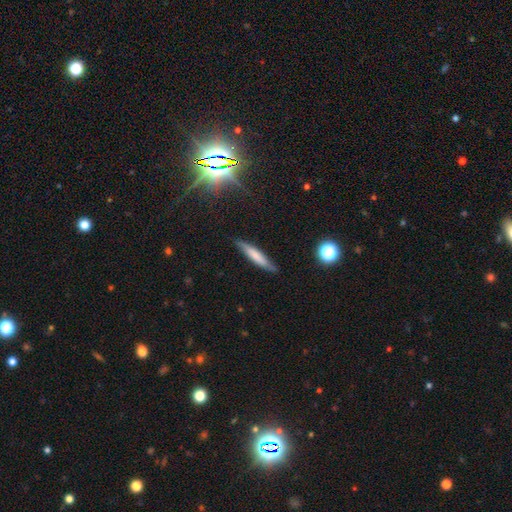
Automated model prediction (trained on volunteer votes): smooth_or_featured: smooth (p=0.64) [alt: featured or disk p=0.29]
how_rounded: cigar-shaped (p=0.89) [alt: in between p=0.10]
merging: none (p=0.82) [alt: minor disturbance p=0.14]